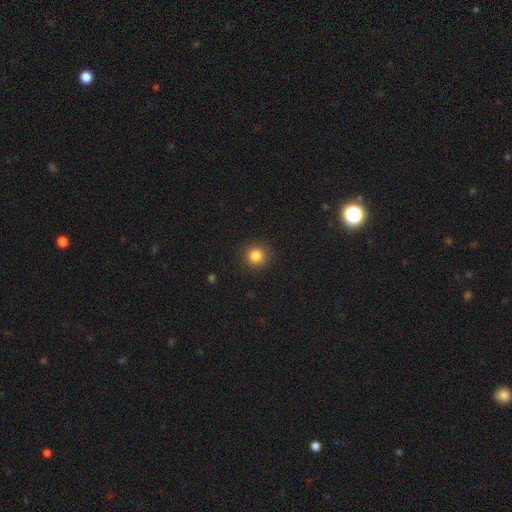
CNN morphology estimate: Smooth or featured? Predicted: smooth (p=0.84). How rounded? Predicted: round (p=0.92). Merging? Predicted: none (p=0.91).